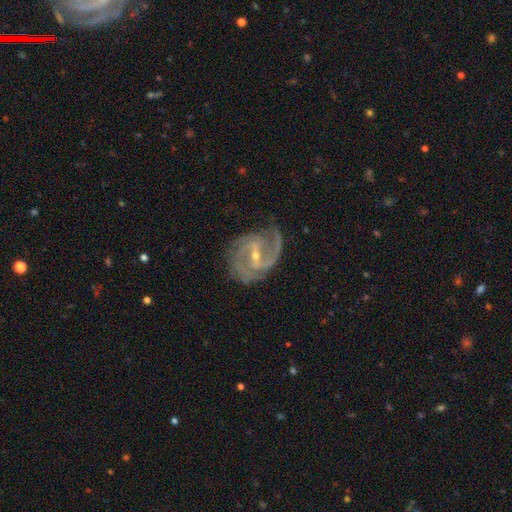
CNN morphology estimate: smooth-or-featured: featured or disk: 91% | star or artifact: 5% | smooth: 4%
  disk-edge-on: no: 97% | yes: 3%
    bar: weak: 45% | strong: 43% | no: 12%
    has-spiral-arms: yes: 98% | no: 2%
      spiral-winding: medium: 54% | tight: 31% | loose: 16%
      spiral-arm-count: 2: 55% | 3: 23% | can't tell: 9% | 4: 5% | 1: 4% | more than 4: 4%
    bulge-size: small: 65% | moderate: 32% | none: 1% | large: 1% | dominant: 1%
  merging: none: 67% | minor disturbance: 21% | major disturbance: 10% | merger: 2%